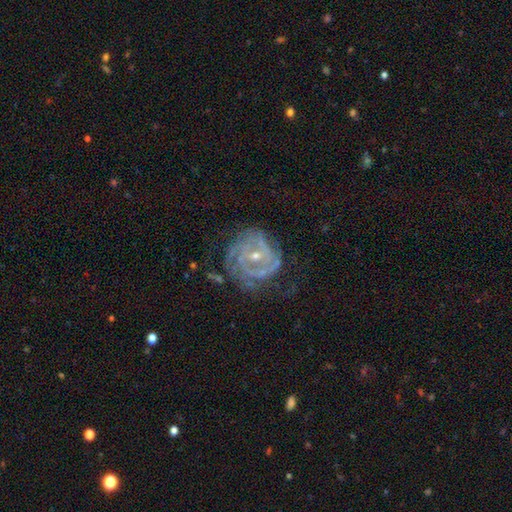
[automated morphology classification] type=featured or disk (87%); edge-on=no (97%); bar=no (44%); spiral arms=yes (95%); winding=tight (69%); arm count=can't tell (27%); bulge=small (61%); merging=none (64%).